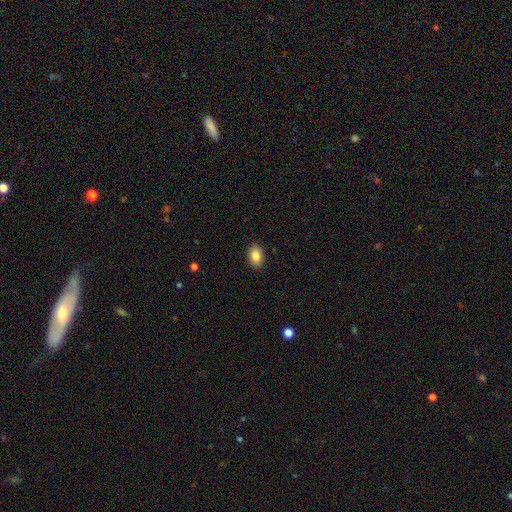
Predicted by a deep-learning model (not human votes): Smooth or featured?
  - smooth: 86% *
  - star or artifact: 8%
  - featured or disk: 6%
How rounded?
  - in between: 86% *
  - round: 12%
  - cigar-shaped: 1%
Merging?
  - none: 90% *
  - minor disturbance: 7%
  - major disturbance: 2%
  - merger: 1%